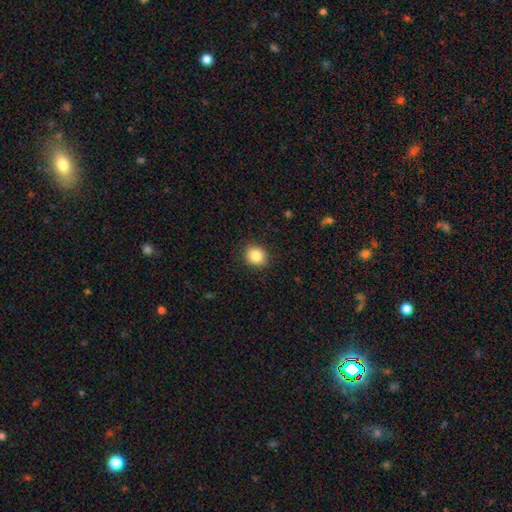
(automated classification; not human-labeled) smooth_or_featured: smooth (p=0.86) [alt: star or artifact p=0.10]
how_rounded: round (p=0.75) [alt: in between p=0.24]
merging: none (p=0.89) [alt: minor disturbance p=0.08]